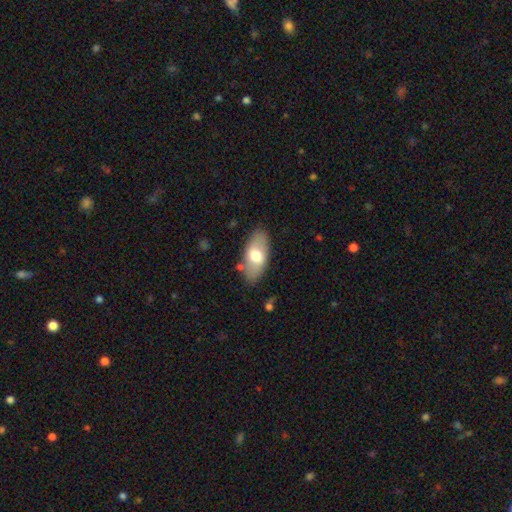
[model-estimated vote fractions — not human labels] This is likely a smooth galaxy (66%). How rounded: clearly in between (91%). Merging: clearly none (82%).